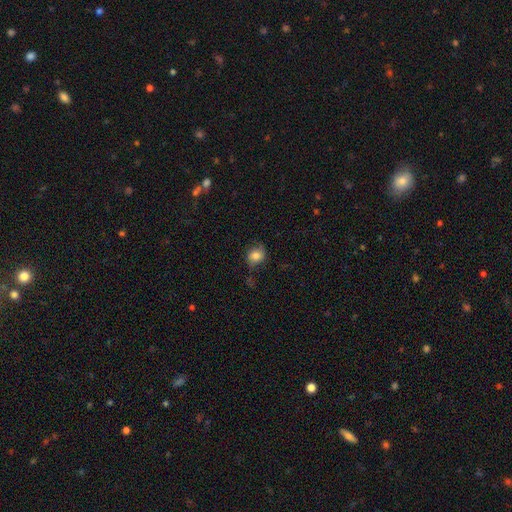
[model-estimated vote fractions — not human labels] Morphology: type=smooth (76%); roundness=round (64%); merging=none (67%).